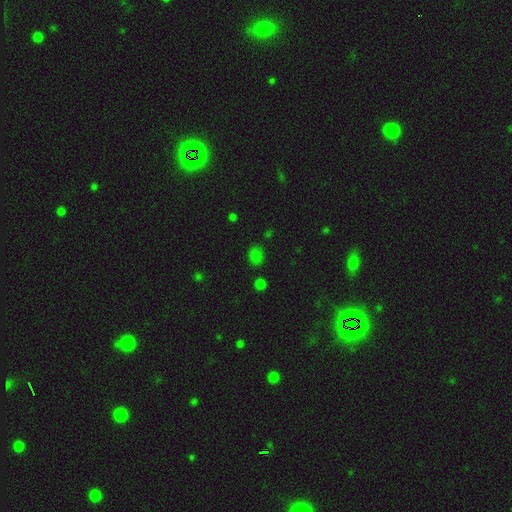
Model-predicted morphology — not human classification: smooth_or_featured: smooth (p=0.72) [alt: star or artifact p=0.23]
how_rounded: round (p=0.52) [alt: in between p=0.47]
merging: none (p=0.78) [alt: minor disturbance p=0.14]